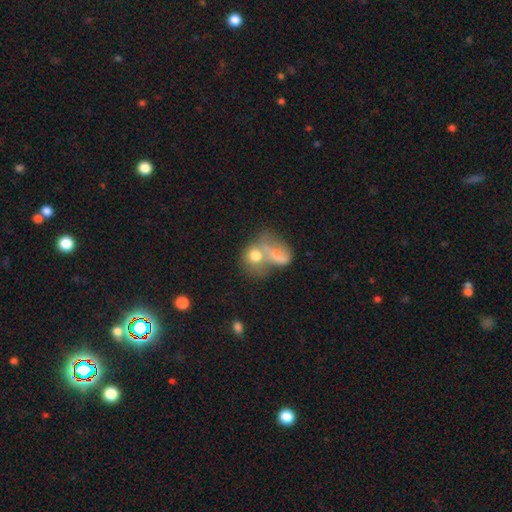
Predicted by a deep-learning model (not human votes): Overall: smooth (69%). How rounded: round (56%; in between 42%). Merging: merger (57%; none 21%).